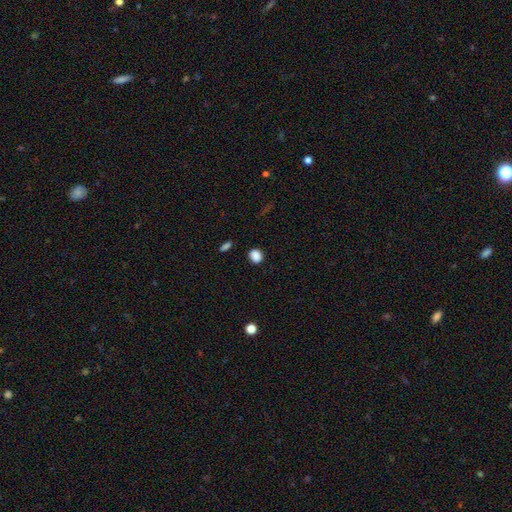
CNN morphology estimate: A smooth galaxy with no disk features (87%) that is round (62%). Merging: none (87%).